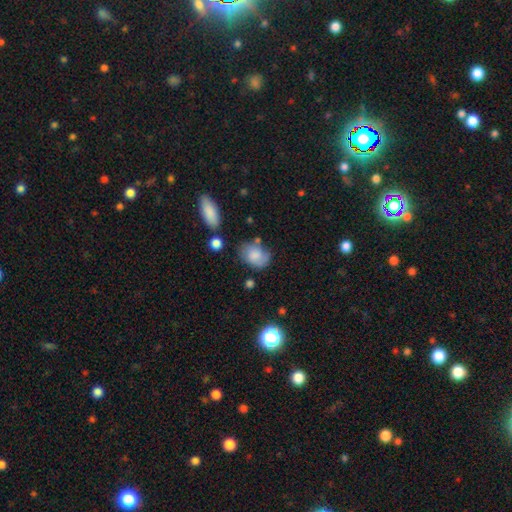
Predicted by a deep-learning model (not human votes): Smooth or featured: smooth — 73% (featured or disk — 18%)
How rounded: in between — 71% (round — 28%)
Merging: none — 53% (minor disturbance — 29%)